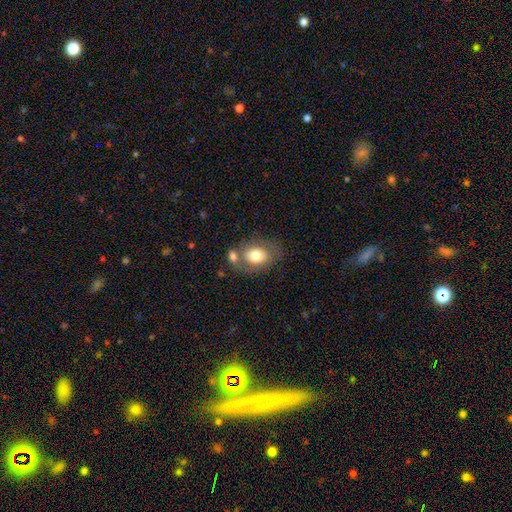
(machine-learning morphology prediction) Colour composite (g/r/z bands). It shows a smooth galaxy with no disk features (73%) that is in between round and cigar-shaped (72%). Merging: none (53%).